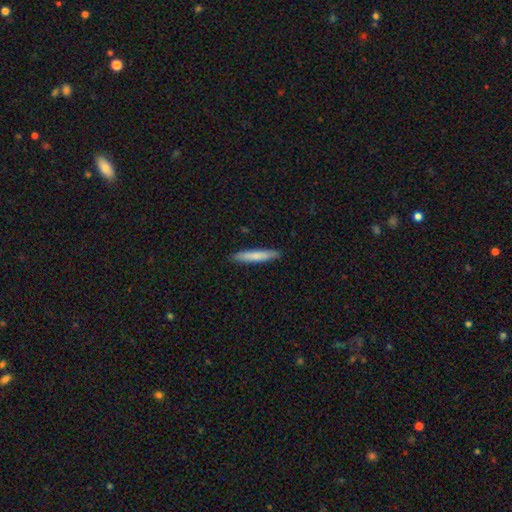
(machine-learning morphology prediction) A smooth galaxy with no disk features (76%) that is cigar-shaped (93%).

Vote fractions:
- Smooth or featured? smooth: 76% / featured or disk: 19% / star or artifact: 5%
- How rounded? cigar-shaped: 93% / in between: 5% / round: 1%
- Merging? none: 90% / minor disturbance: 7% / major disturbance: 1% / merger: 1%